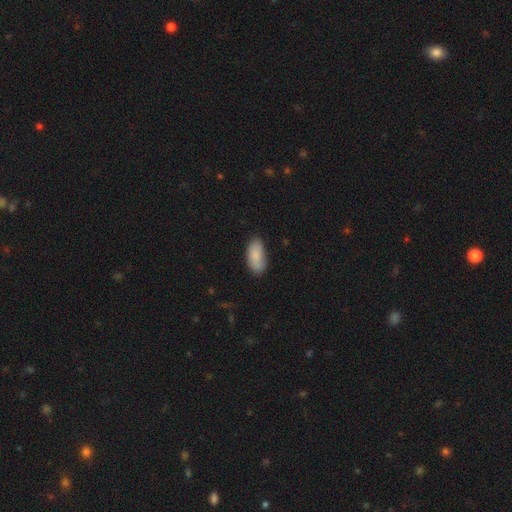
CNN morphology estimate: Smooth or featured: smooth — 85% (featured or disk — 8%)
How rounded: in between — 92% (cigar-shaped — 6%)
Merging: none — 72% (minor disturbance — 22%)